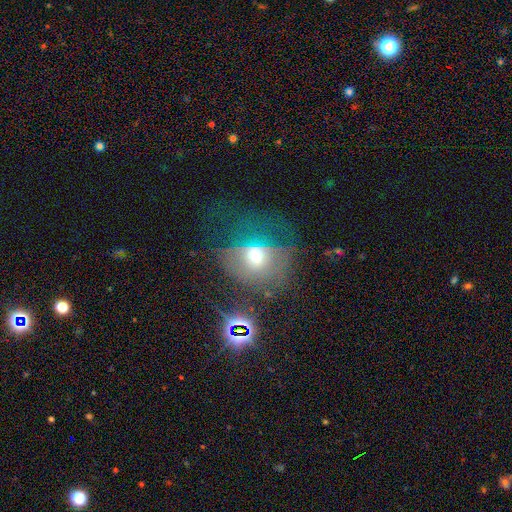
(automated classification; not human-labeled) Smooth or featured? Predicted: smooth (p=0.46). Merging? Predicted: none (p=0.37, tied with major disturbance).